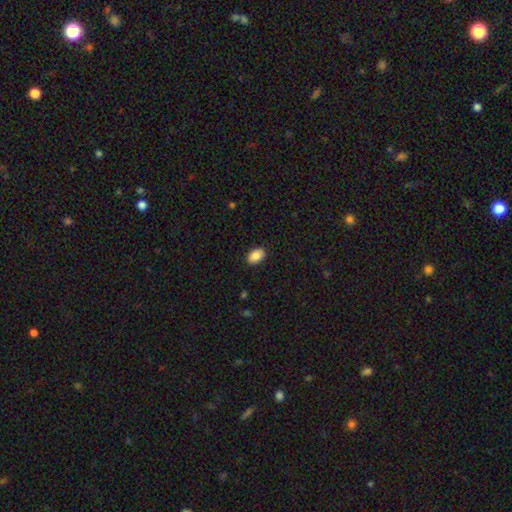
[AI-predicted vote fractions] A smooth galaxy with no disk features (88%) that is in between round and cigar-shaped (86%).

Vote fractions:
- Smooth or featured? smooth: 88% / star or artifact: 8% / featured or disk: 5%
- How rounded? in between: 86% / round: 12% / cigar-shaped: 1%
- Merging? none: 89% / minor disturbance: 8% / major disturbance: 2% / merger: 1%